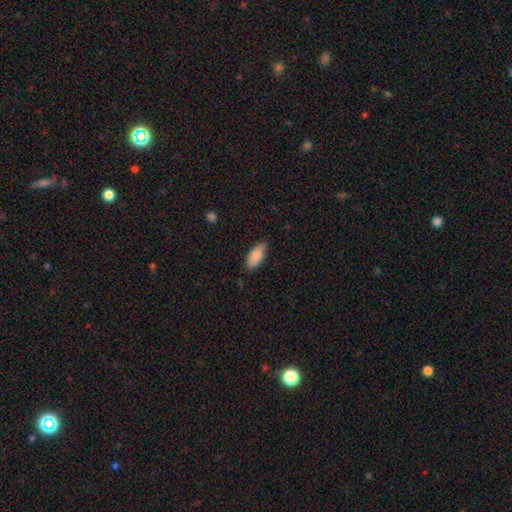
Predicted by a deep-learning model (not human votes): Overall: smooth (87%). How rounded: in between (87%). Merging: none (79%).